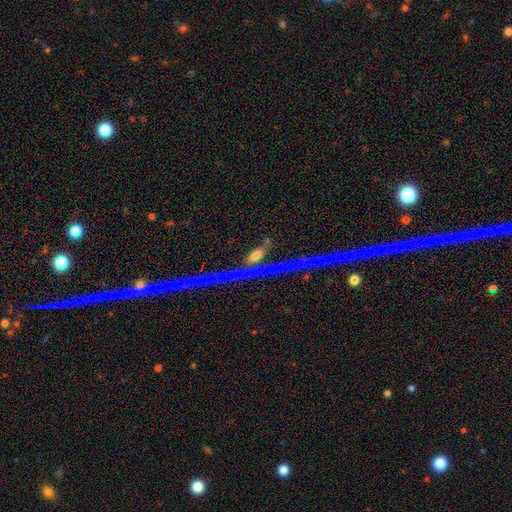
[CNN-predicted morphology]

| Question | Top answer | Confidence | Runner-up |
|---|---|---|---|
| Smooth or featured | featured or disk | 34% | smooth (33%) |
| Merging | none | 66% | minor disturbance (15%) |